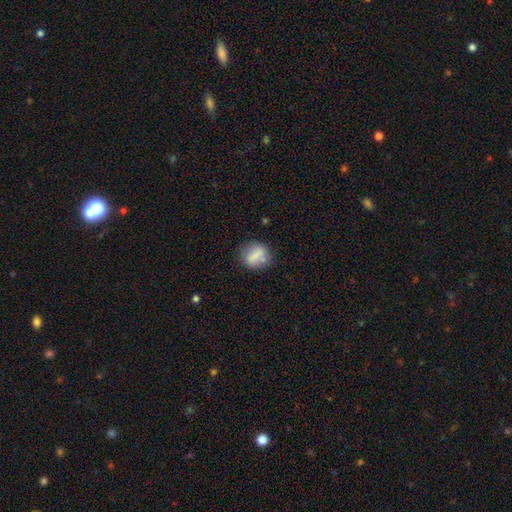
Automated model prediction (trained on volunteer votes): Q: Smooth or featured?
A: smooth (73%); runner-up: featured or disk (19%)
Q: How rounded?
A: round (55%); runner-up: in between (40%)
Q: Merging?
A: none (68%); runner-up: minor disturbance (18%)